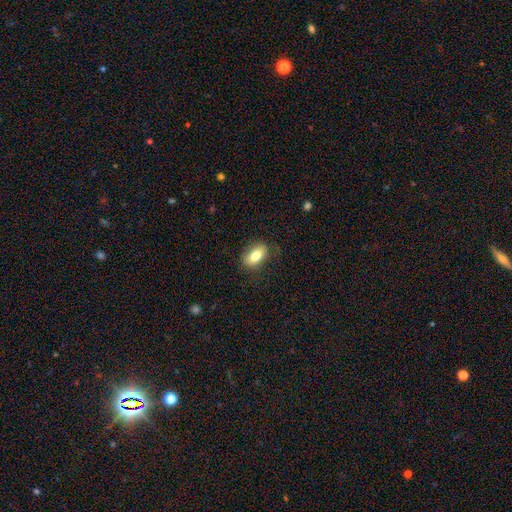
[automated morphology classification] Smooth or featured? smooth (79%)
How rounded? in between (89%)
Merging? none (80%)